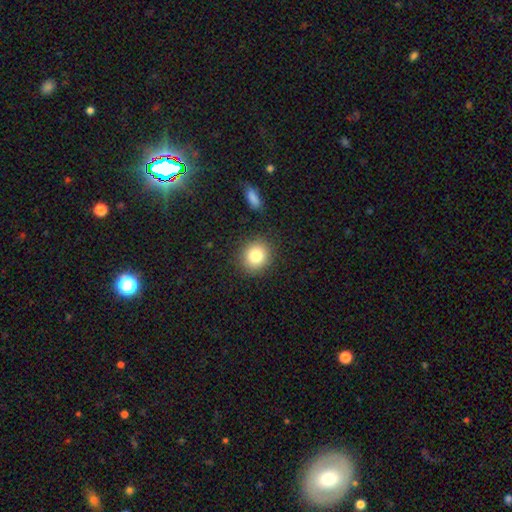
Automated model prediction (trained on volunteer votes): smooth-or-featured: smooth: 81% | star or artifact: 10% | featured or disk: 8%
  how-rounded: round: 81% | in between: 18% | cigar-shaped: 1%
  merging: none: 87% | minor disturbance: 8% | major disturbance: 3% | merger: 2%